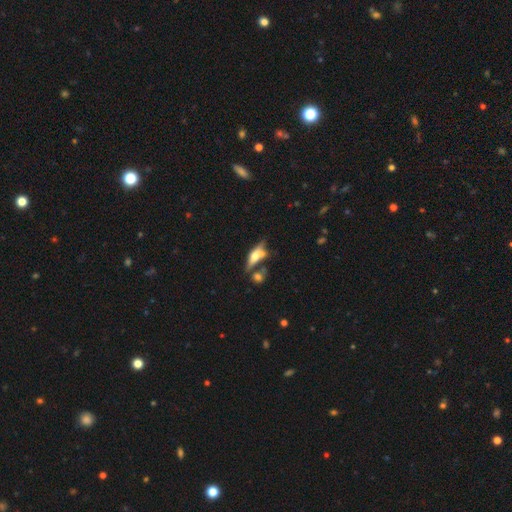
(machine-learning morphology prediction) featured or disk 53%, smooth 38%, star or artifact 9%. Down the decision tree: edge-on disk — yes (83%); merging — none (46%).